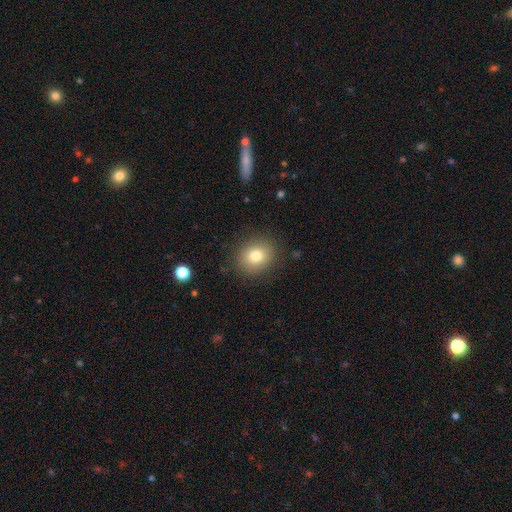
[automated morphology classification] Smooth or featured? Predicted: smooth (p=0.79). How rounded? Predicted: round (p=0.74). Merging? Predicted: none (p=0.87).